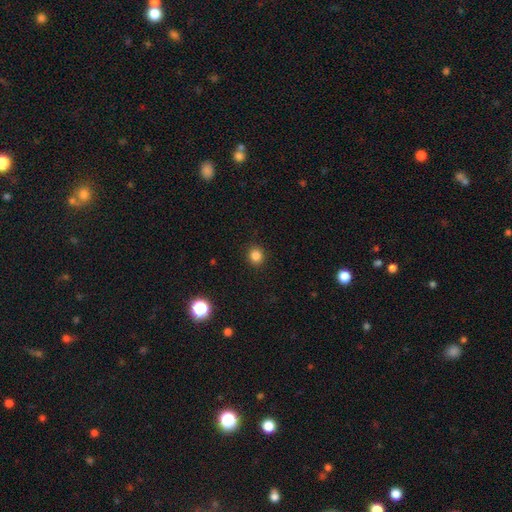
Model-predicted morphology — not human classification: smooth-or-featured: smooth: 84% | star or artifact: 12% | featured or disk: 4%
  how-rounded: round: 87% | in between: 12% | cigar-shaped: 1%
  merging: none: 92% | minor disturbance: 5% | major disturbance: 2% | merger: 1%